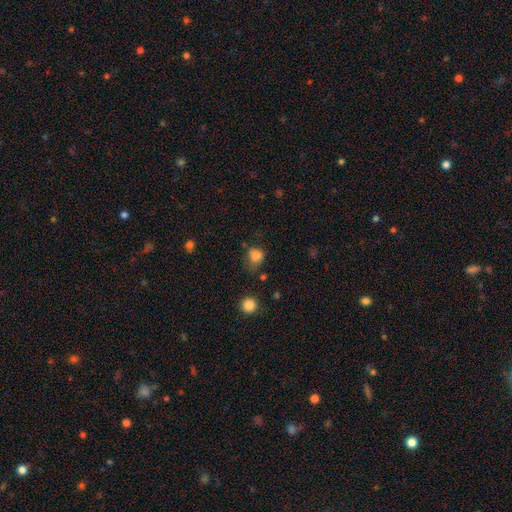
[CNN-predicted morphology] Overall: smooth (81%). How rounded: round (63%; in between 36%). Merging: none (47%; minor disturbance 31%).